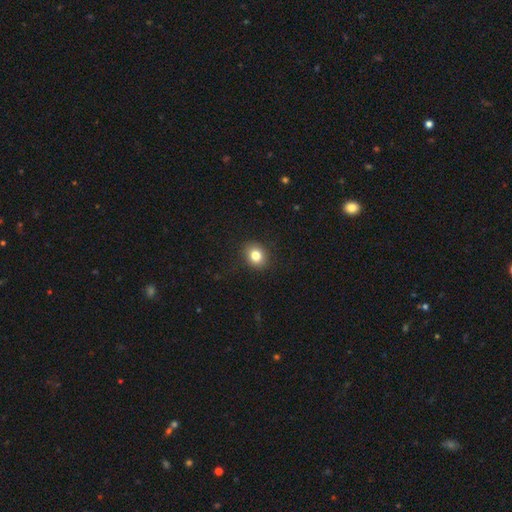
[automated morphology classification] smooth 82%, star or artifact 10%, featured or disk 7%. Down the decision tree: how rounded — round (64%); merging — none (90%).